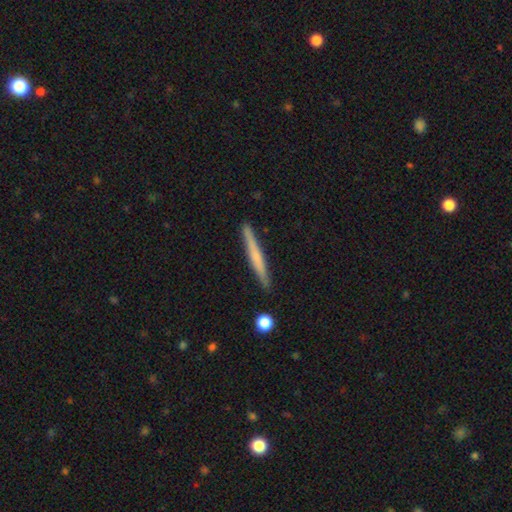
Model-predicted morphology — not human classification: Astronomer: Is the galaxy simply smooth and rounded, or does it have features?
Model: smooth — 54% (runner-up: featured or disk, 41%).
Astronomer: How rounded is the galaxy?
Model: cigar-shaped — 96%.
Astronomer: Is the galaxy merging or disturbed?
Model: none — 90%.